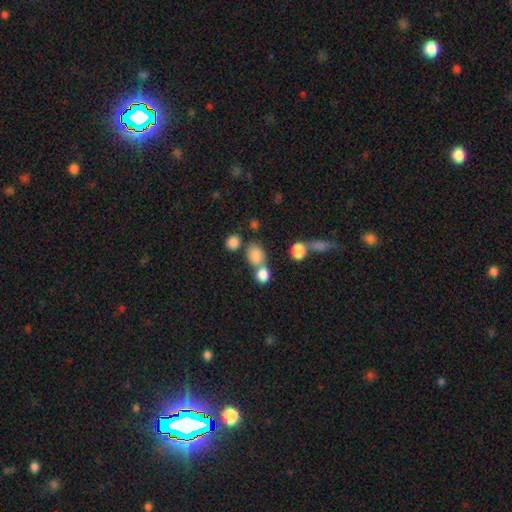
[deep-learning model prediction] smooth 80%, star or artifact 12%, featured or disk 8%. Down the decision tree: how rounded — in between (52%); merging — none (47%).